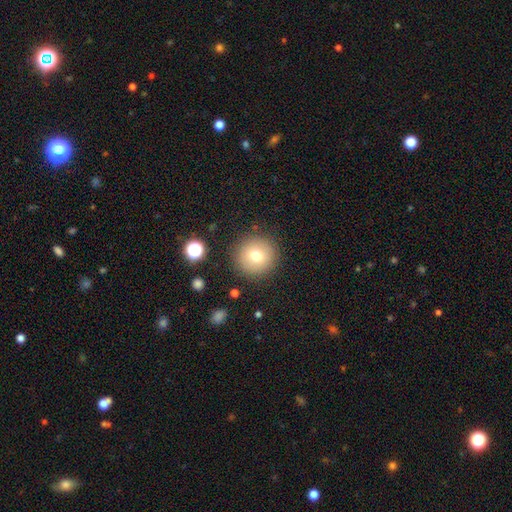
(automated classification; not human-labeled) Smooth or featured? smooth (74%)
How rounded? round (95%)
Merging? none (88%)